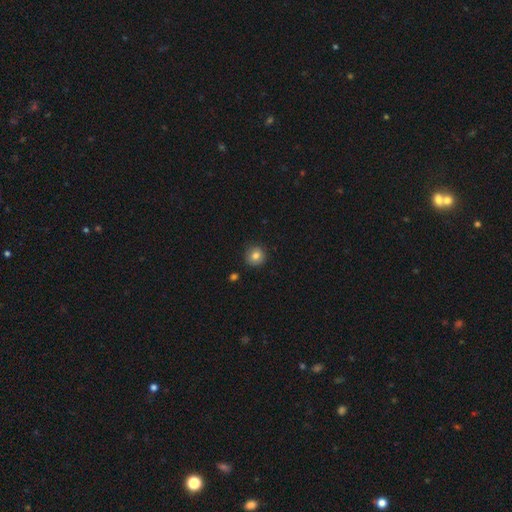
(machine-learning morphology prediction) The model was most divided on "smooth or featured": smooth: 82%, star or artifact: 10%, featured or disk: 8%. More confident: how rounded — round (93%); merging — none (88%).